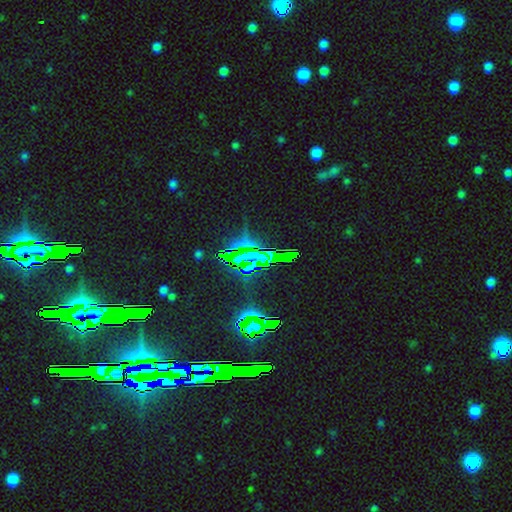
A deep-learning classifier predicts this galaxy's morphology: Smooth or featured?
  - star or artifact: 80% *
  - featured or disk: 11%
  - smooth: 9%